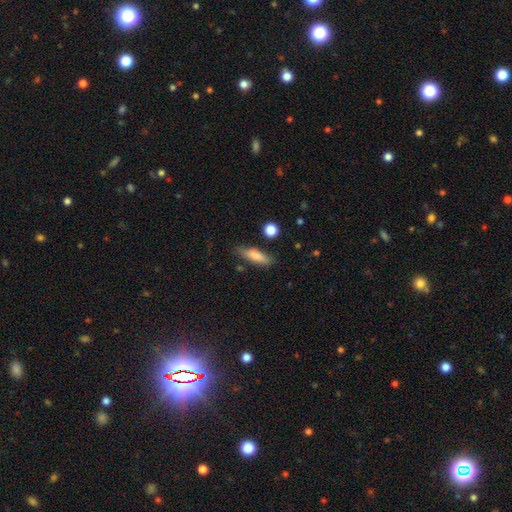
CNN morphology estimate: This appears to be a smooth galaxy with no disk features (75%) that is cigar-shaped (56%). Merging: none (77%).